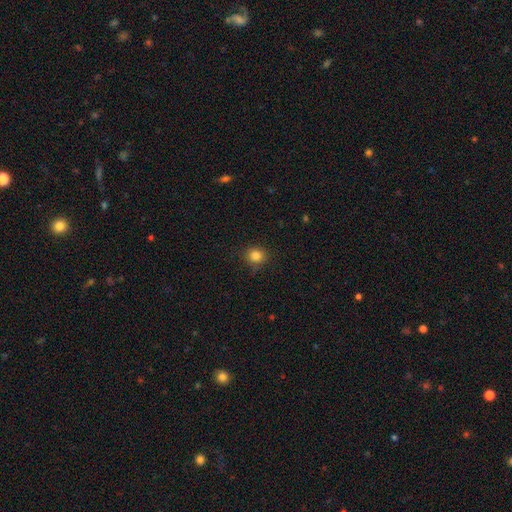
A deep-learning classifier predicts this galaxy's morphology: Q: Smooth or featured?
A: smooth (84%); runner-up: star or artifact (12%)
Q: How rounded?
A: round (83%); runner-up: in between (16%)
Q: Merging?
A: none (84%); runner-up: minor disturbance (12%)